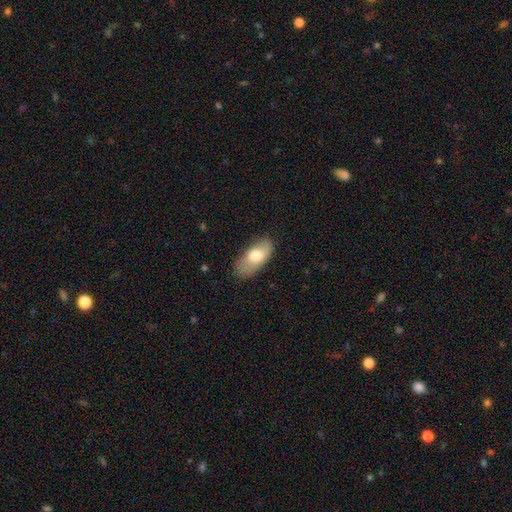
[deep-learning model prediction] The model was most divided on "smooth or featured": smooth: 70%, featured or disk: 24%, star or artifact: 6%. More confident: how rounded — in between (89%); merging — none (74%).